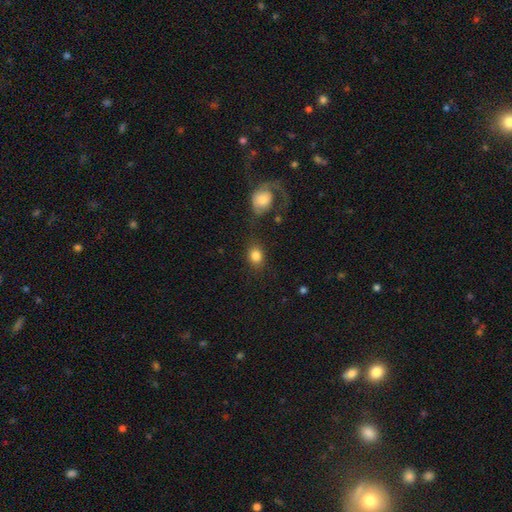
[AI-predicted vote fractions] This is clearly a smooth galaxy (84%). How rounded: possibly in between (51%). Merging: likely none (74%).